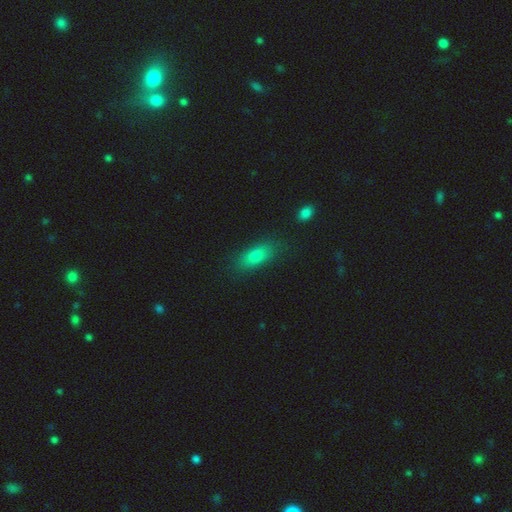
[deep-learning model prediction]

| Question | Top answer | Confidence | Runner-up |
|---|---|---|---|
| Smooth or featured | smooth | 80% | star or artifact (11%) |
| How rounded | in between | 76% | cigar-shaped (20%) |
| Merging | none | 80% | minor disturbance (14%) |